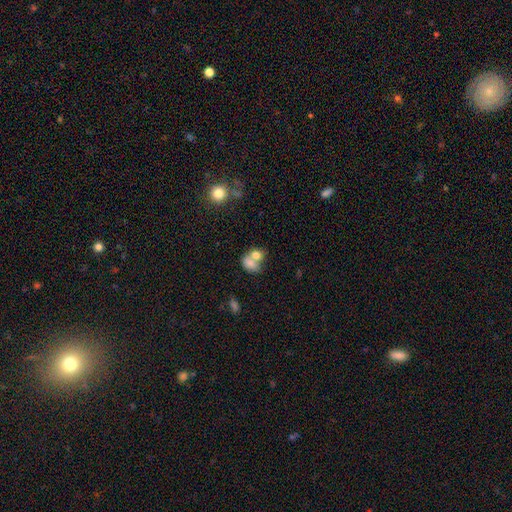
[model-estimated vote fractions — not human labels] Q: Smooth or featured?
A: smooth (74%); runner-up: featured or disk (16%)
Q: How rounded?
A: in between (62%); runner-up: round (37%)
Q: Merging?
A: merger (65%); runner-up: none (22%)